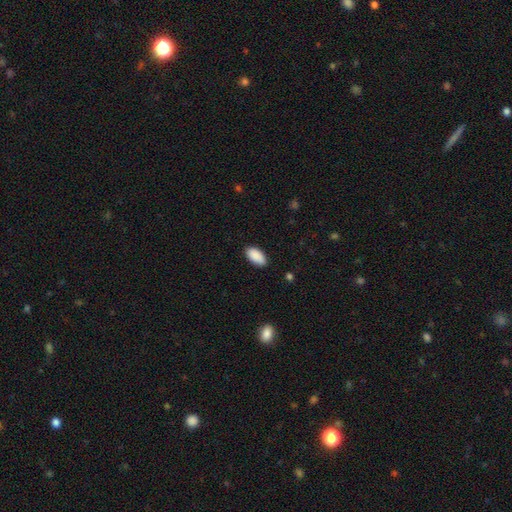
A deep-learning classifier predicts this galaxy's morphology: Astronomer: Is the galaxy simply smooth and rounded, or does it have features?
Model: smooth — 90%.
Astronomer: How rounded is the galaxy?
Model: in between — 95%.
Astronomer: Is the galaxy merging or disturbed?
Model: none — 87%.